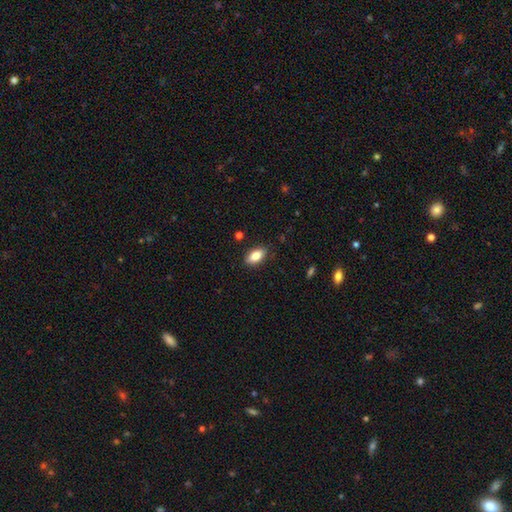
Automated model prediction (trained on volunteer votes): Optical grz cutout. It shows a smooth galaxy with no disk features (83%) that is in between round and cigar-shaped (91%). Merging: none (86%).